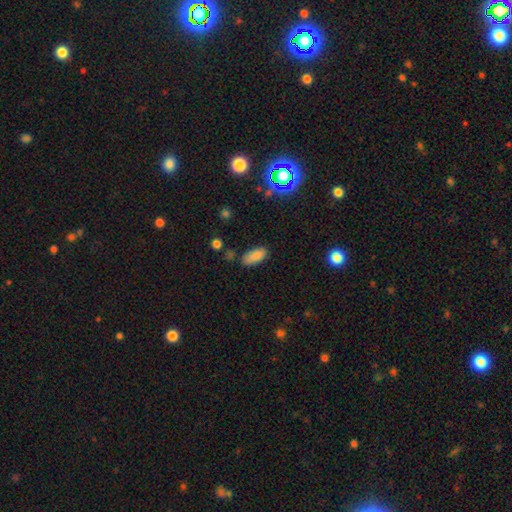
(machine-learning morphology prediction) Smooth or featured? Predicted: smooth (p=0.85). How rounded? Predicted: in between (p=0.87). Merging? Predicted: none (p=0.77).